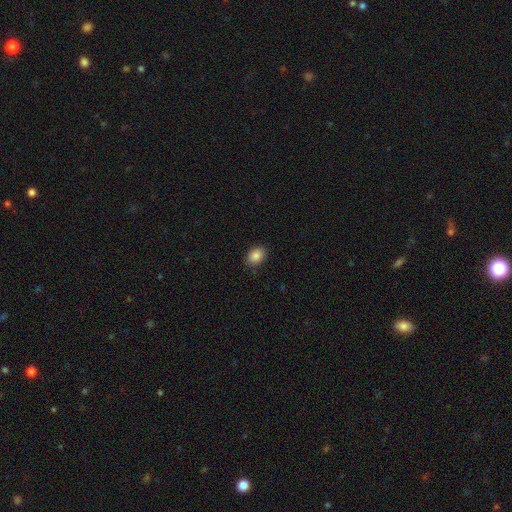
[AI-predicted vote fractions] A smooth galaxy with no disk features (87%) that is in between round and cigar-shaped (68%).

Vote fractions:
- Smooth or featured? smooth: 87% / star or artifact: 9% / featured or disk: 4%
- How rounded? in between: 68% / round: 31% / cigar-shaped: 1%
- Merging? none: 87% / minor disturbance: 10% / major disturbance: 2% / merger: 1%